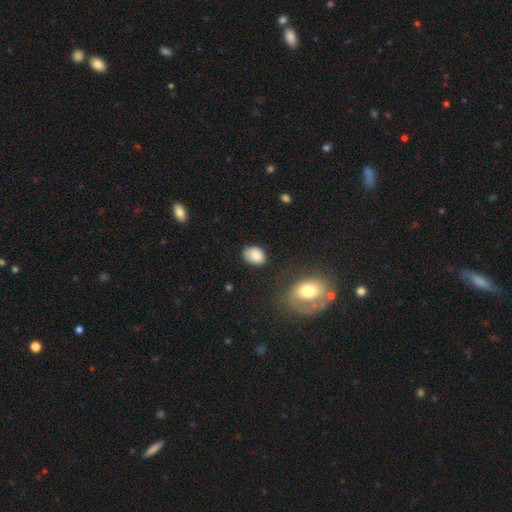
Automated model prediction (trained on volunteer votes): smooth_or_featured: smooth (p=0.84) [alt: featured or disk p=0.08]
how_rounded: in between (p=0.75) [alt: round p=0.23]
merging: none (p=0.77) [alt: minor disturbance p=0.15]